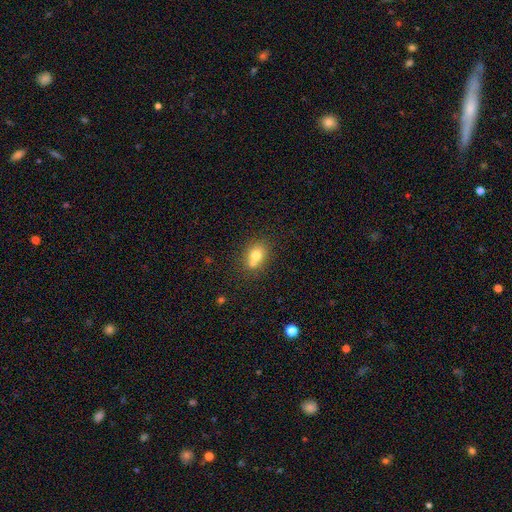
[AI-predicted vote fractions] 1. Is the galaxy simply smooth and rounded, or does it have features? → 73% smooth, 15% featured or disk, 12% star or artifact.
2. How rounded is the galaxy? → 59% round, 40% in between, 1% cigar-shaped.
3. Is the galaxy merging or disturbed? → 46% none, 40% merger, 11% minor disturbance, 4% major disturbance.